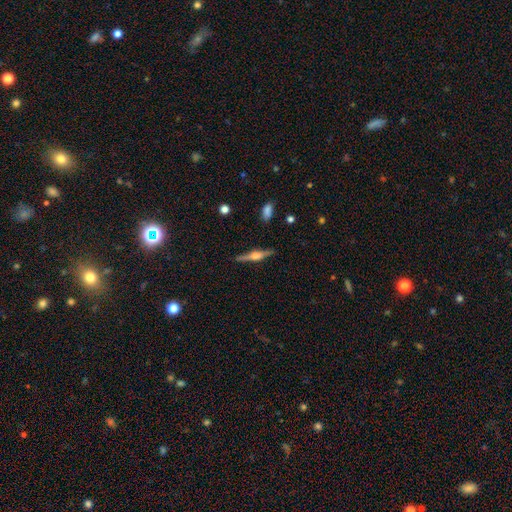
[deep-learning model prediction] Smooth or featured? Predicted: featured or disk (p=0.78). Edge-on disk? Predicted: yes (p=0.98). Edge-on bulge? Predicted: rounded (p=0.89). Merging? Predicted: none (p=0.89).